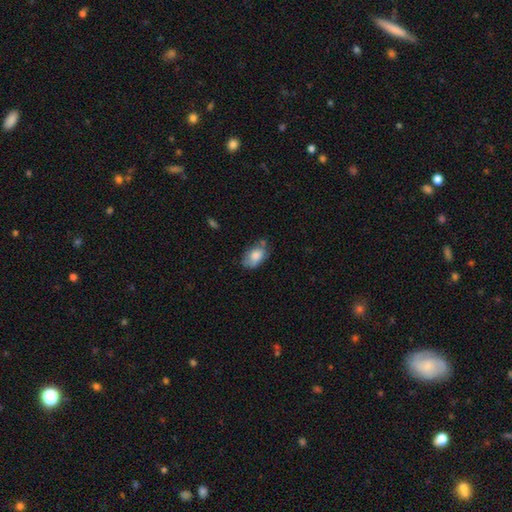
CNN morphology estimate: Smooth or featured? smooth (78%)
How rounded? in between (89%)
Merging? none (51%)